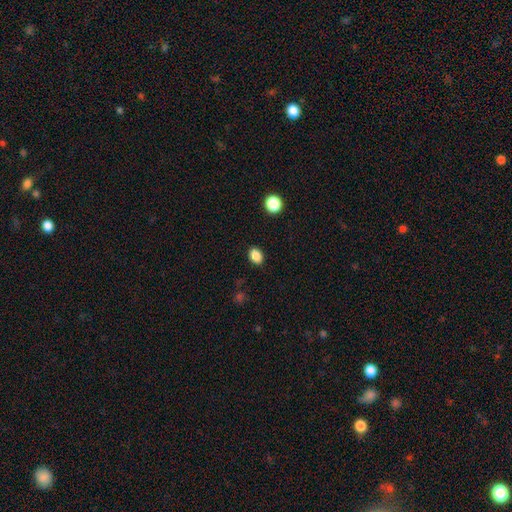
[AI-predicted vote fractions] A smooth galaxy with no disk features (87%) that is in between round and cigar-shaped (71%).

Vote fractions:
- Smooth or featured? smooth: 87% / star or artifact: 10% / featured or disk: 3%
- How rounded? in between: 71% / round: 28% / cigar-shaped: 1%
- Merging? none: 88% / minor disturbance: 9% / major disturbance: 2% / merger: 1%